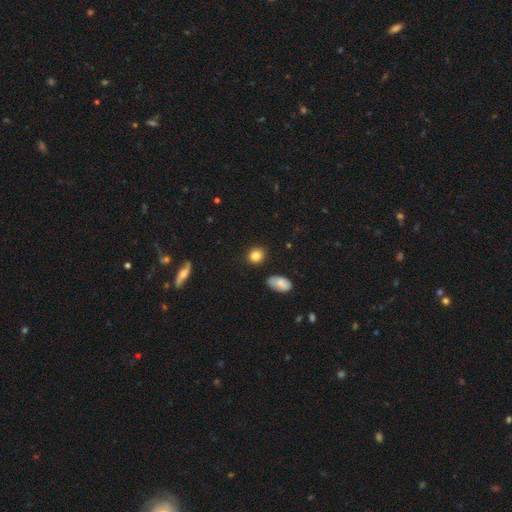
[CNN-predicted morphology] The model was most divided on "how rounded": round: 74%, in between: 25%, cigar-shaped: 1%. More confident: smooth or featured — smooth (85%); merging — none (84%).